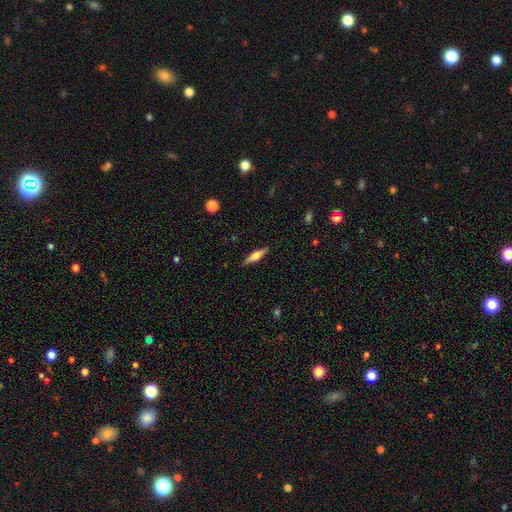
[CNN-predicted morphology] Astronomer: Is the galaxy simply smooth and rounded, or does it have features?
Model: featured or disk — 49% (runner-up: smooth, 45%).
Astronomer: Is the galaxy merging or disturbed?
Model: none — 89%.